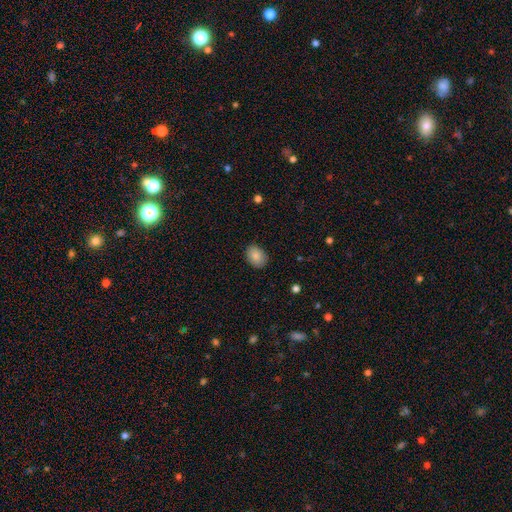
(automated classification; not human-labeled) smooth 86%, star or artifact 8%, featured or disk 6%. Down the decision tree: how rounded — in between (76%); merging — none (86%).